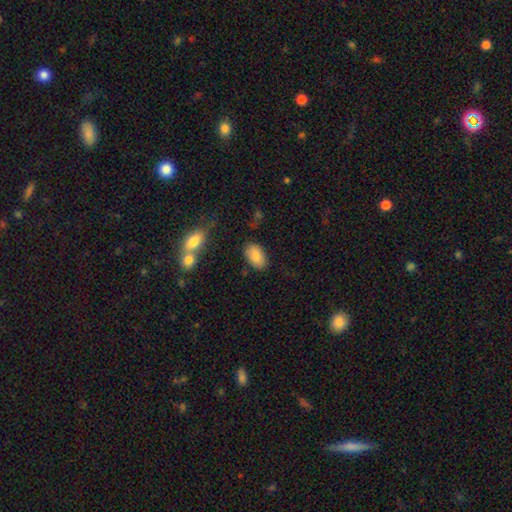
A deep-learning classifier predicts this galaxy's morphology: type=smooth (83%); roundness=in between (92%); merging=none (81%).